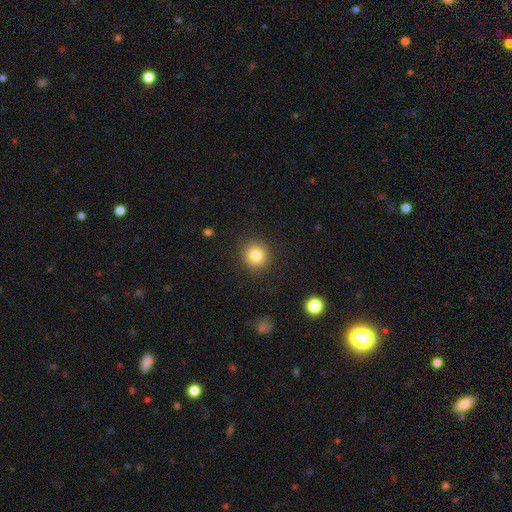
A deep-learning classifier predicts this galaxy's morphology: smooth-or-featured: smooth: 83% | star or artifact: 11% | featured or disk: 7%
  how-rounded: round: 92% | in between: 7% | cigar-shaped: 1%
  merging: none: 90% | minor disturbance: 7% | major disturbance: 3% | merger: 1%